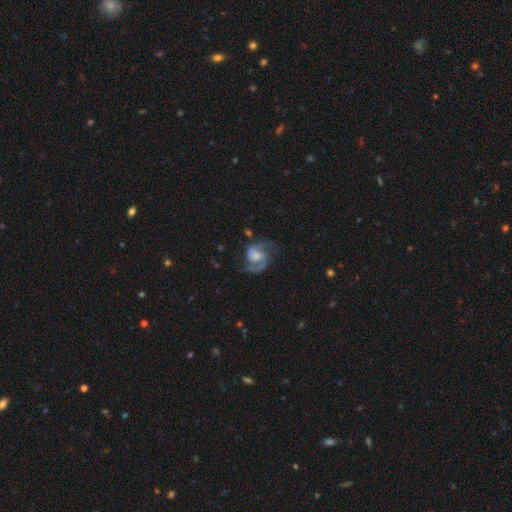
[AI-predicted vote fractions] This appears to be a featured or disk galaxy (87%) with no bar (57%), 2 (91%) medium (57%) spiral arms (97%) and a moderate central bulge (41%). Merging: none (71%).